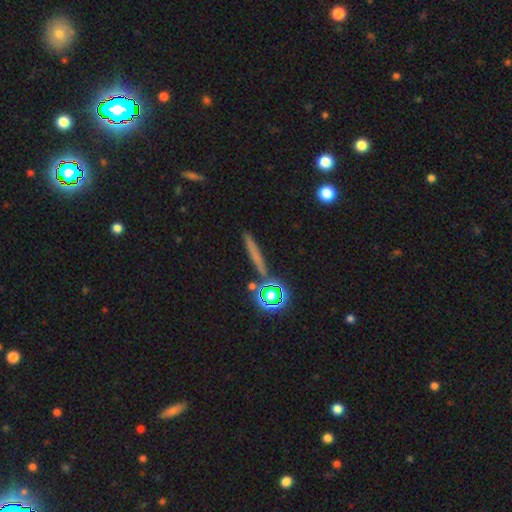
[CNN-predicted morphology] smooth_or_featured: smooth (p=0.52) [alt: featured or disk p=0.28]
how_rounded: cigar-shaped (p=0.82) [alt: round p=0.11]
merging: none (p=0.85) [alt: minor disturbance p=0.08]